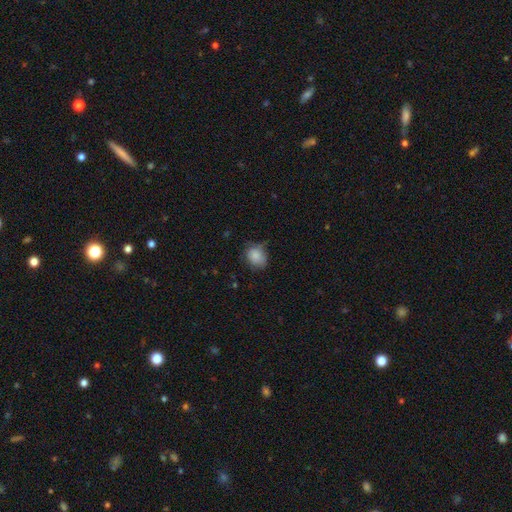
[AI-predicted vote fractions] Smooth or featured?
  - smooth: 84% *
  - star or artifact: 9%
  - featured or disk: 7%
How rounded?
  - in between: 50% *
  - round: 49%
  - cigar-shaped: 1%
Merging?
  - none: 58% *
  - minor disturbance: 32%
  - major disturbance: 9%
  - merger: 2%